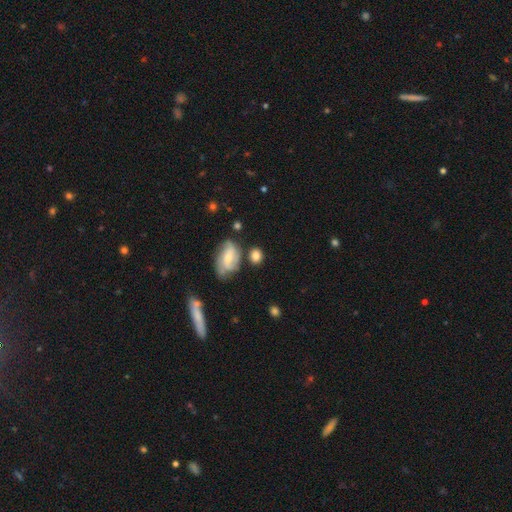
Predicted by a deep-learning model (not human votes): smooth 73%, featured or disk 18%, star or artifact 10%. Down the decision tree: how rounded — round (62%); merging — none (66%).